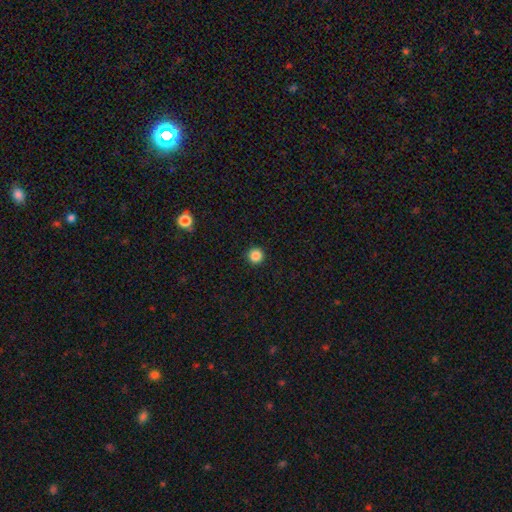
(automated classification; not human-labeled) A smooth galaxy with no disk features (86%) that is round (96%). Merging: none (94%).